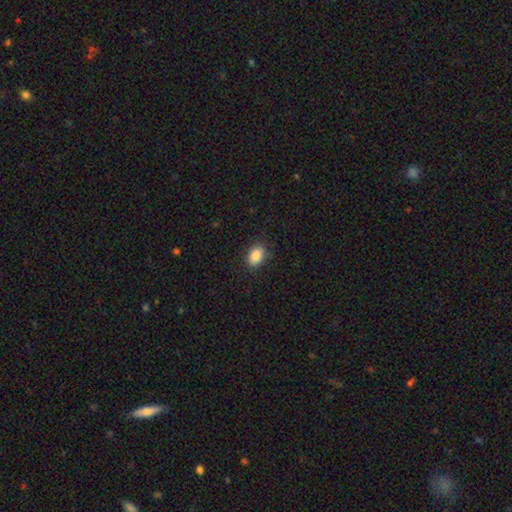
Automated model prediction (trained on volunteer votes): A smooth galaxy with no disk features (87%) that is in between round and cigar-shaped (80%). Merging: none (86%).